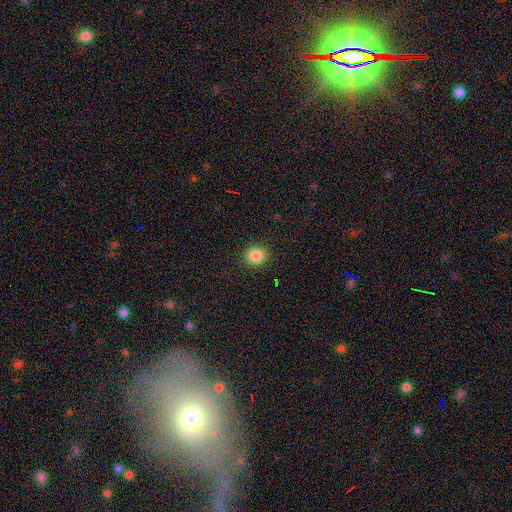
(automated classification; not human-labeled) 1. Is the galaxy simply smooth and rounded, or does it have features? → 86% smooth, 11% star or artifact, 4% featured or disk.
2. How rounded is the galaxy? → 86% round, 13% in between, 1% cigar-shaped.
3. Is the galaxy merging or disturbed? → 91% none, 6% minor disturbance, 2% major disturbance, 1% merger.